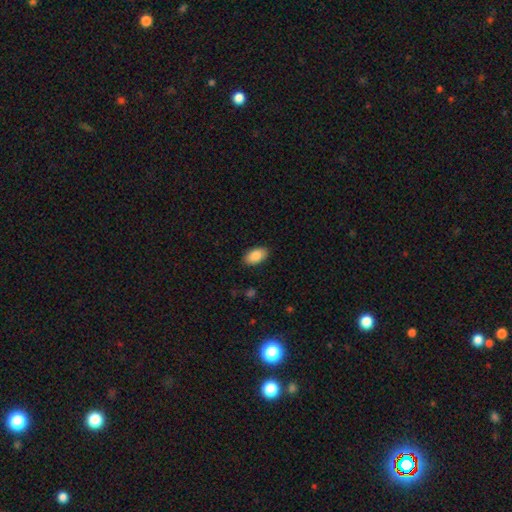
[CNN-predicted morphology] A smooth galaxy with no disk features (89%) that is in between round and cigar-shaped (94%). Merging: none (88%).